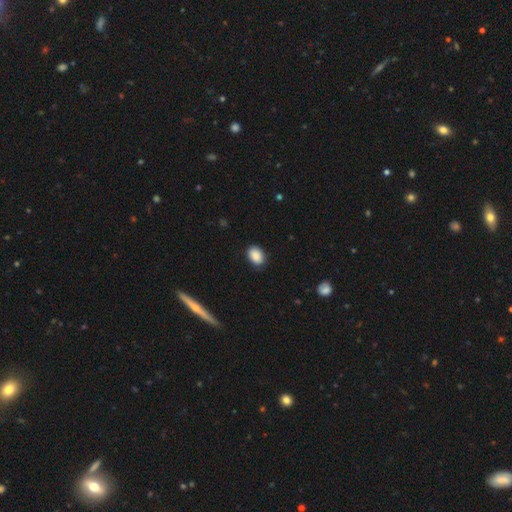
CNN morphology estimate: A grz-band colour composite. It shows a smooth galaxy with no disk features (88%) that is in between round and cigar-shaped (78%). Merging: none (83%).